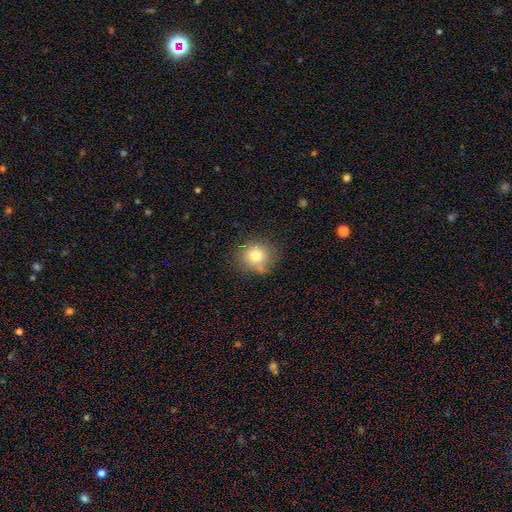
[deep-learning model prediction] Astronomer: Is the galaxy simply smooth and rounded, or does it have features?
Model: smooth — 75%.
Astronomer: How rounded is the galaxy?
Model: round — 86%.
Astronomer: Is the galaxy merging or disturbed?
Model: none — 75%.